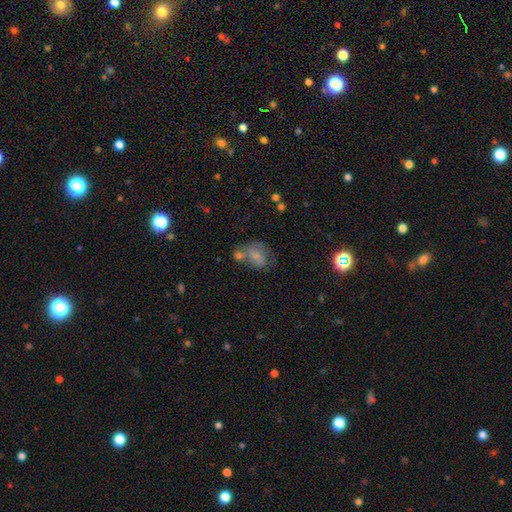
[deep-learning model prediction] The model was most divided on "merging" (2-way tie): merger: 33%, none: 33%, minor disturbance: 20%, major disturbance: 14%. More confident: how rounded — in between (61%); smooth or featured — smooth (57%).